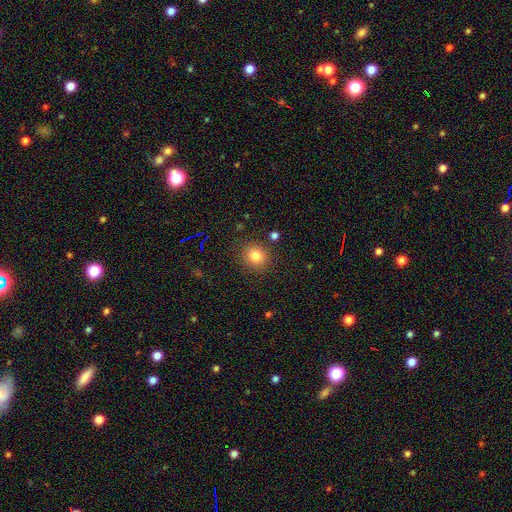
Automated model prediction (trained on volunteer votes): smooth 82%, star or artifact 12%, featured or disk 6%. Down the decision tree: how rounded — round (82%); merging — none (86%).